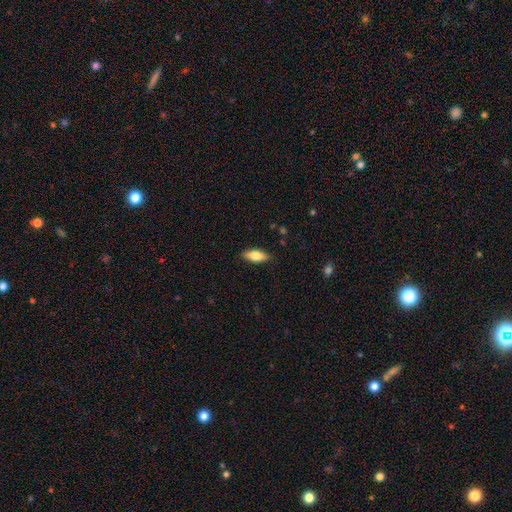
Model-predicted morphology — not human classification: smooth_or_featured: smooth (p=0.76) [alt: featured or disk p=0.18]
how_rounded: in between (p=0.78) [alt: cigar-shaped p=0.20]
merging: none (p=0.87) [alt: minor disturbance p=0.10]